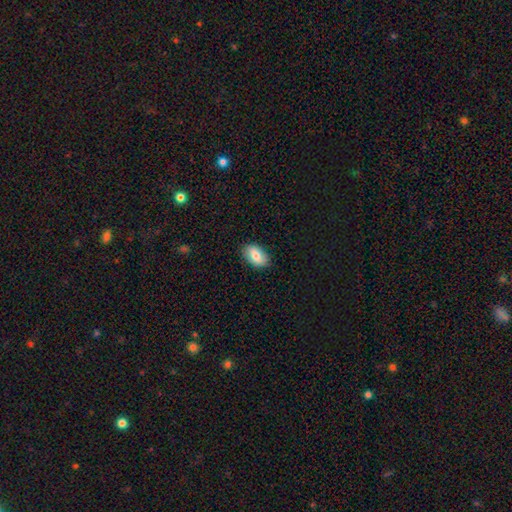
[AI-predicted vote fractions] Morphology: type=smooth (76%); roundness=in between (91%); merging=none (85%).